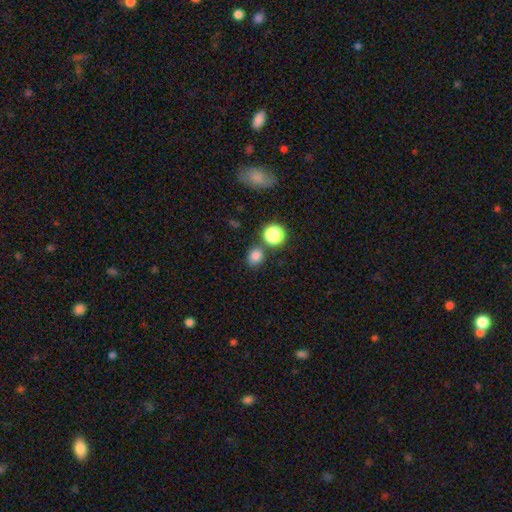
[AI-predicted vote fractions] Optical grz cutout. It shows a smooth galaxy with no disk features (79%) that is round (69%). Merging: none (75%).